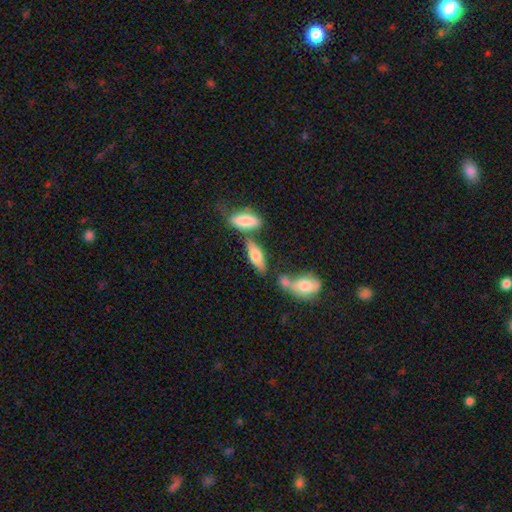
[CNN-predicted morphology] This is likely a smooth galaxy (61%). How rounded: likely in between (61%). Merging: possibly none (60%).